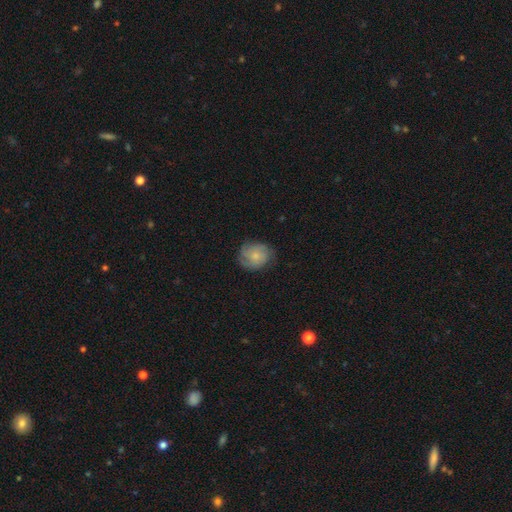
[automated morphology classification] featured or disk 48%, smooth 44%, star or artifact 8%. Down the decision tree: merging — none (73%).